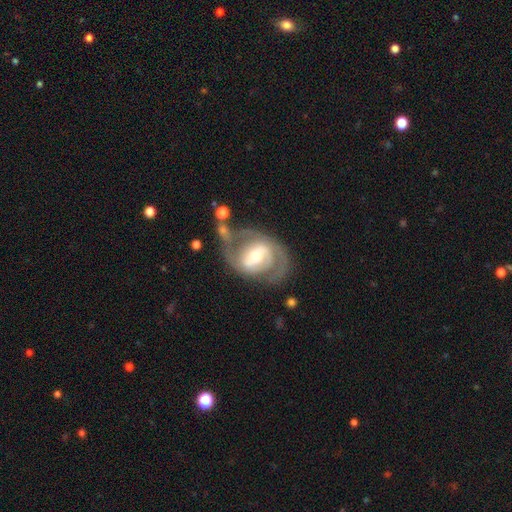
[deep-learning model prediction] Q: Smooth or featured?
A: featured or disk (80%); runner-up: smooth (15%)
Q: Edge-on disk?
A: no (96%); runner-up: yes (4%)
Q: Bar?
A: weak (41%); runner-up: strong (35%)
Q: Spiral arms?
A: yes (84%); runner-up: no (16%)
Q: Spiral winding?
A: medium (45%); runner-up: tight (36%)
Q: Spiral arm count?
A: 2 (78%); runner-up: can't tell (12%)
Q: Bulge size?
A: moderate (57%); runner-up: small (31%)
Q: Merging?
A: none (54%); runner-up: minor disturbance (18%)